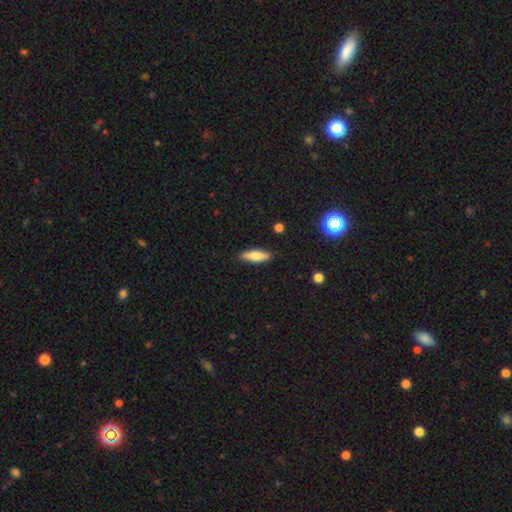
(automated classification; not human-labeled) The model was most divided on "how rounded": in between: 53%, cigar-shaped: 45%, round: 2%. More confident: merging — none (87%); smooth or featured — smooth (76%).